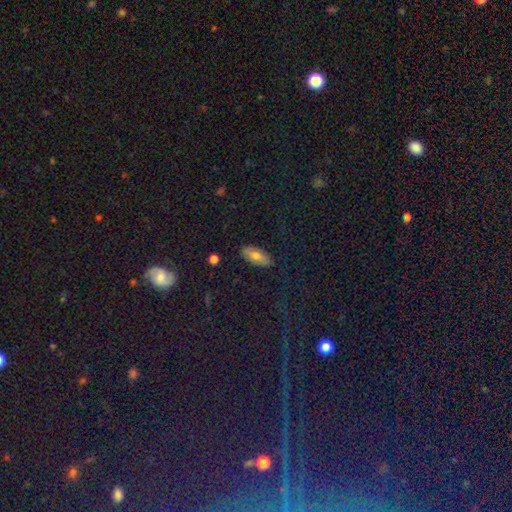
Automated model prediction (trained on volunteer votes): smooth_or_featured: smooth (p=0.69) [alt: featured or disk p=0.22]
how_rounded: in between (p=0.79) [alt: cigar-shaped p=0.17]
merging: none (p=0.87) [alt: minor disturbance p=0.10]